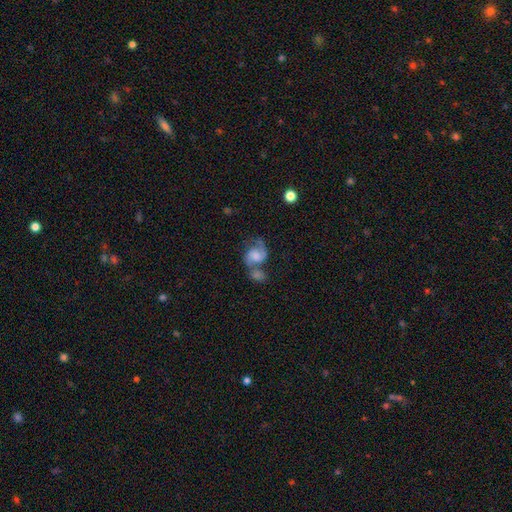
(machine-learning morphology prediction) Smooth or featured: featured or disk — 66% (smooth — 26%)
Edge-on disk: no — 98% (yes — 2%)
Bar: no — 59% (weak — 33%)
Spiral arms: yes — 90% (no — 10%)
Spiral winding: medium — 49% (loose — 34%)
Spiral arm count: 2 — 80% (1 — 12%)
Bulge size: moderate — 34% (small — 26%)
Merging: merger — 46% (none — 28%)